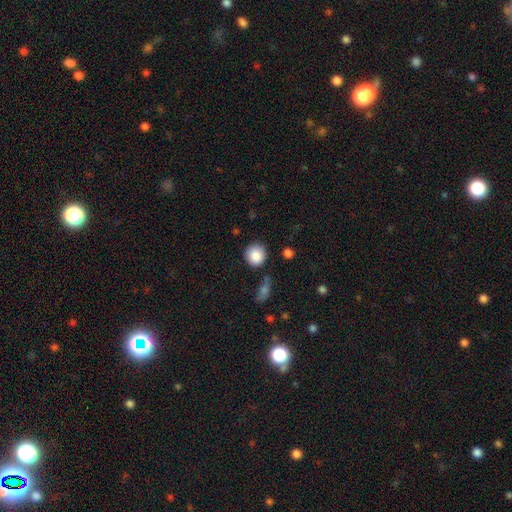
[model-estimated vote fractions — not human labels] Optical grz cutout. It shows a smooth galaxy with no disk features (87%) that is round (91%). Merging: none (83%).